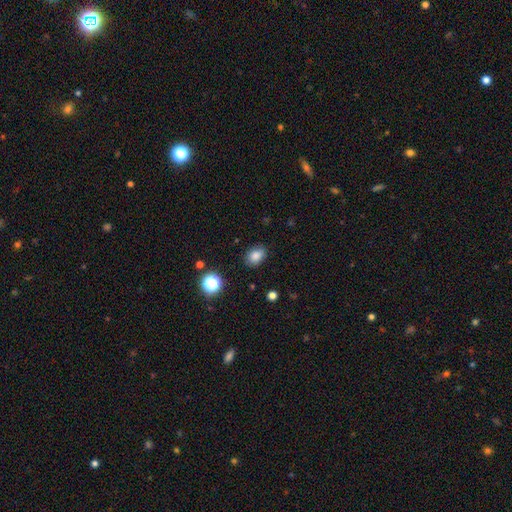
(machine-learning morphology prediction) A smooth galaxy with no disk features (83%) that is in between round and cigar-shaped (72%).

Vote fractions:
- Smooth or featured? smooth: 83% / star or artifact: 12% / featured or disk: 5%
- How rounded? in between: 72% / round: 27% / cigar-shaped: 1%
- Merging? none: 83% / minor disturbance: 13% / major disturbance: 3% / merger: 2%